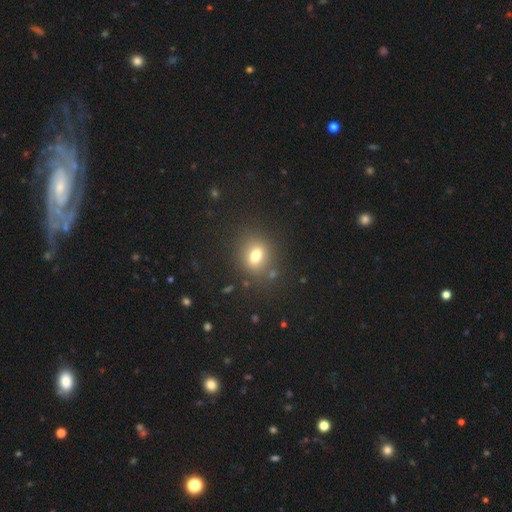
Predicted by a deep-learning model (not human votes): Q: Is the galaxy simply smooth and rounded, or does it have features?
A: smooth — 74%.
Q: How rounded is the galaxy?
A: in between — 50%.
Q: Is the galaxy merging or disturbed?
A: none — 81%.